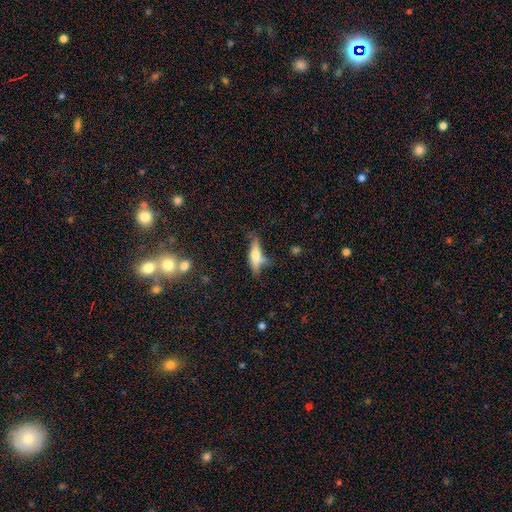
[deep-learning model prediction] Smooth or featured? Predicted: smooth (p=0.50). How rounded? Predicted: cigar-shaped (p=0.62). Merging? Predicted: none (p=0.56).